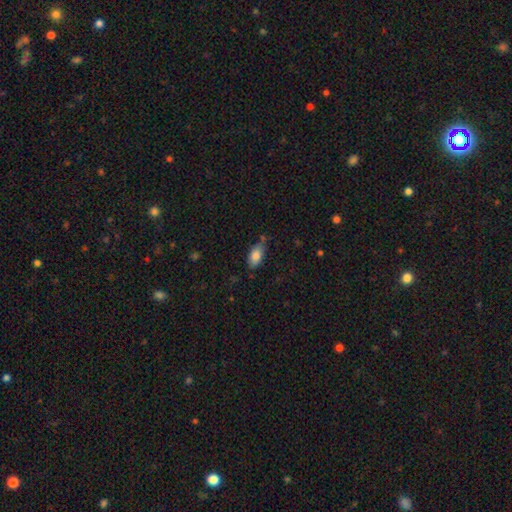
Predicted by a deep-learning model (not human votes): Smooth or featured: smooth — 84% (featured or disk — 9%)
How rounded: in between — 91% (cigar-shaped — 6%)
Merging: none — 68% (minor disturbance — 22%)